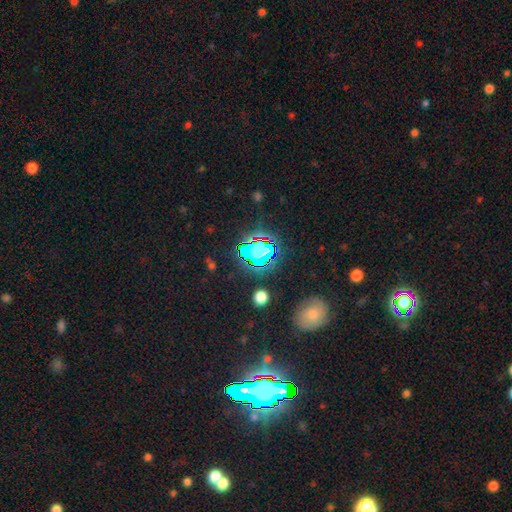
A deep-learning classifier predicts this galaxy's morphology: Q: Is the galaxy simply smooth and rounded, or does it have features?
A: star or artifact — 77%.